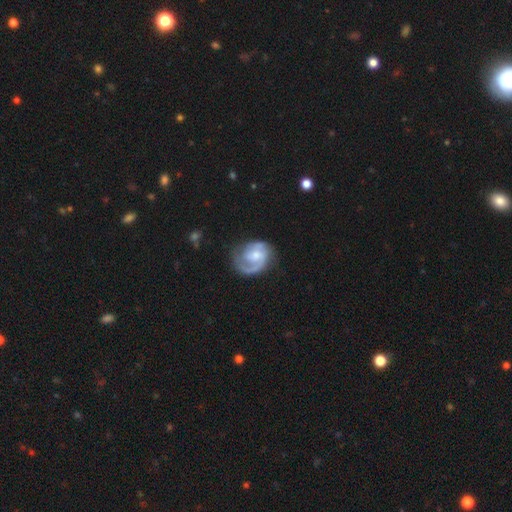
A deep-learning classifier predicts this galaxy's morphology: Smooth or featured?
  - featured or disk: 80% *
  - smooth: 15%
  - star or artifact: 5%
Edge-on disk?
  - no: 98% *
  - yes: 2%
Bar?
  - no: 48% *
  - weak: 44%
  - strong: 8%
Spiral arms?
  - yes: 94% *
  - no: 6%
Spiral winding?
  - medium: 45% *
  - tight: 37%
  - loose: 18%
Spiral arm count?
  - 2: 58% *
  - 1: 27%
  - can't tell: 9%
  - 3: 4%
  - 4: 1%
  - more than 4: 1%
Bulge size?
  - moderate: 48% *
  - small: 36%
  - none: 8%
  - large: 7%
  - dominant: 1%
Merging?
  - none: 64% *
  - minor disturbance: 21%
  - major disturbance: 13%
  - merger: 2%